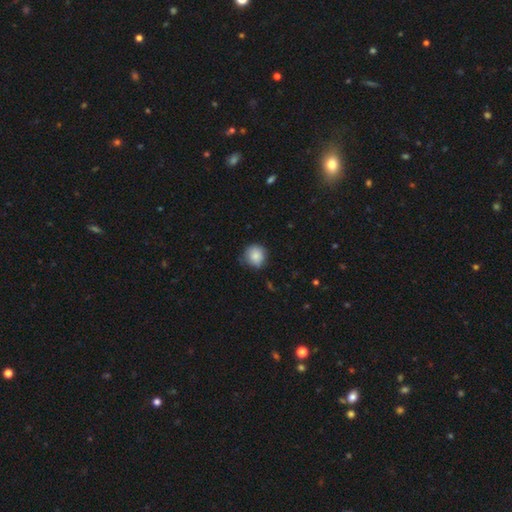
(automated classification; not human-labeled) smooth 85%, star or artifact 8%, featured or disk 7%. Down the decision tree: how rounded — round (89%); merging — none (72%).